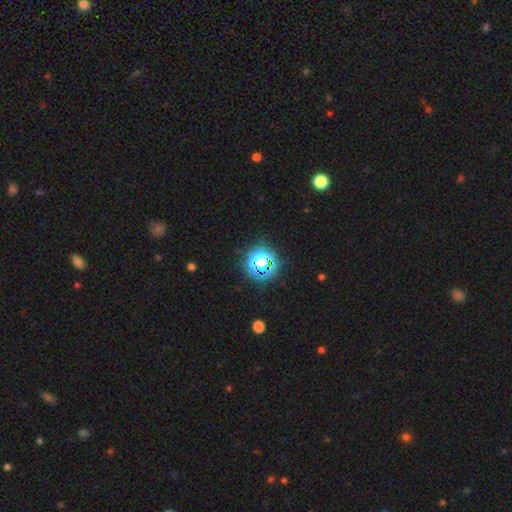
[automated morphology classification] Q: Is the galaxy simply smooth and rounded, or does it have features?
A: star or artifact — 78%.